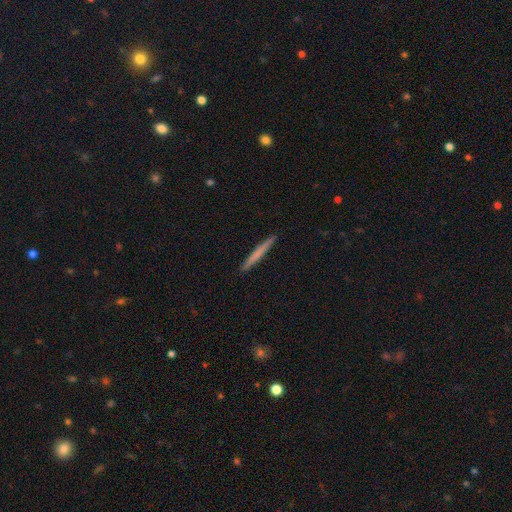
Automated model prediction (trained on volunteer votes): Overall: smooth (62%; featured or disk 32%). How rounded: cigar-shaped (97%). Merging: none (92%).